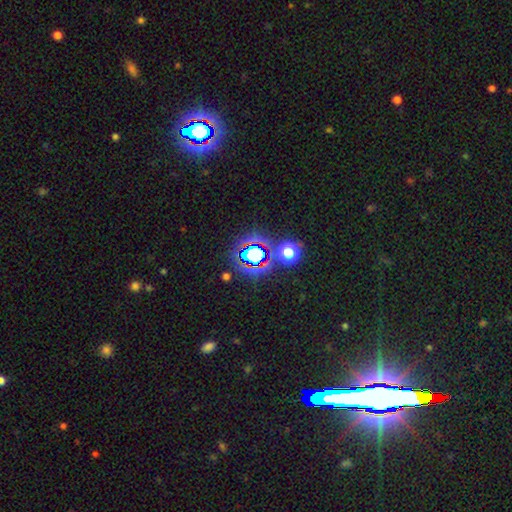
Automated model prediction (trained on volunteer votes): This is likely a star or artifact rather than a galaxy (65%).